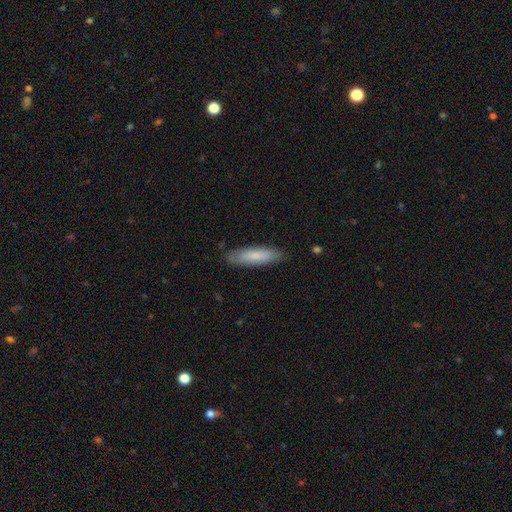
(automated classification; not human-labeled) A smooth galaxy with no disk features (78%) that is cigar-shaped (65%). Merging: none (86%).